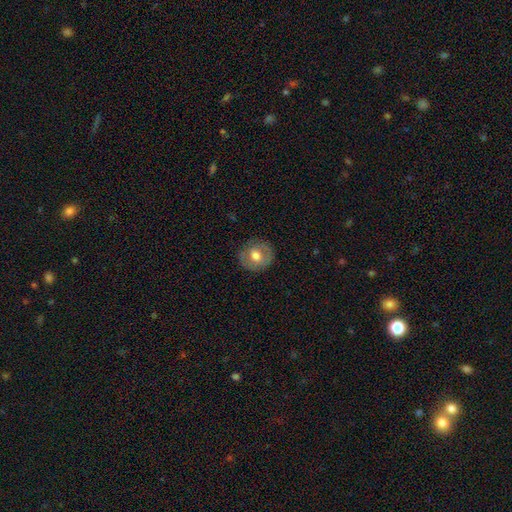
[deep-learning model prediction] Smooth or featured? Predicted: smooth (p=0.60). How rounded? Predicted: round (p=0.85). Merging? Predicted: none (p=0.84).